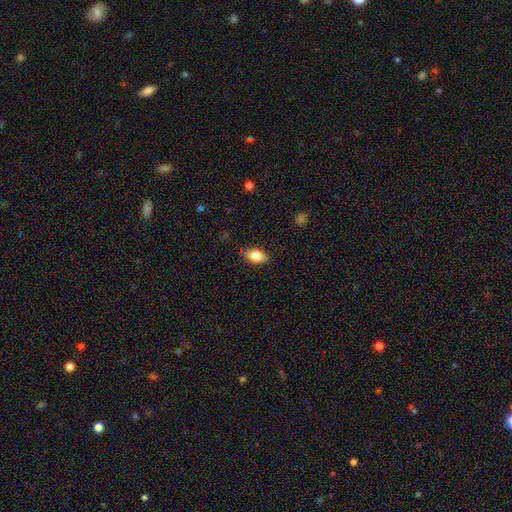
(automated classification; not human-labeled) Smooth or featured? Predicted: smooth (p=0.84). How rounded? Predicted: in between (p=0.90). Merging? Predicted: none (p=0.84).